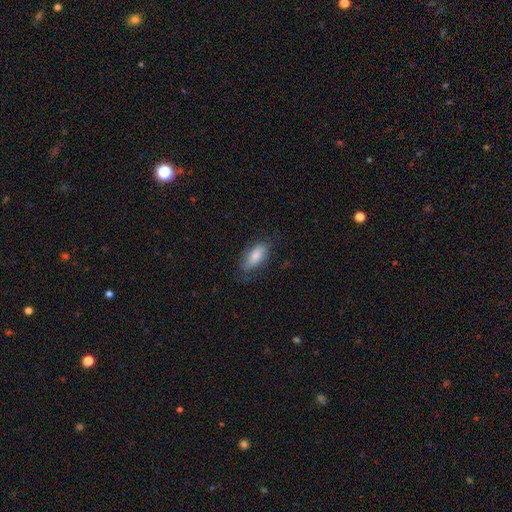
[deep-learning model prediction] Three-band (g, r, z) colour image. It shows a smooth galaxy with no disk features (74%) that is in between round and cigar-shaped (88%). Merging: none (67%).